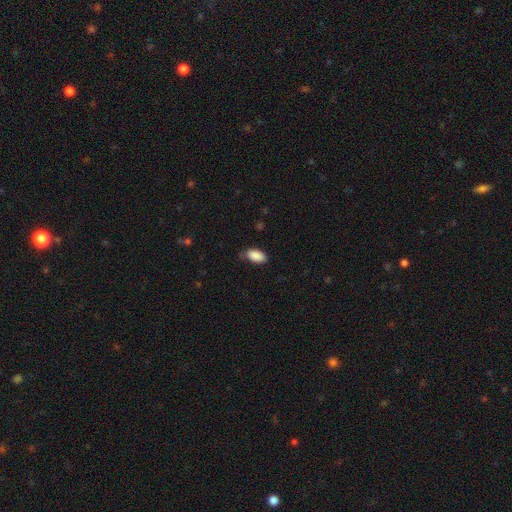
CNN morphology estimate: Smooth or featured?
  - smooth: 89% *
  - star or artifact: 7%
  - featured or disk: 4%
How rounded?
  - in between: 93% *
  - cigar-shaped: 4%
  - round: 3%
Merging?
  - none: 68% *
  - minor disturbance: 25%
  - major disturbance: 5%
  - merger: 2%